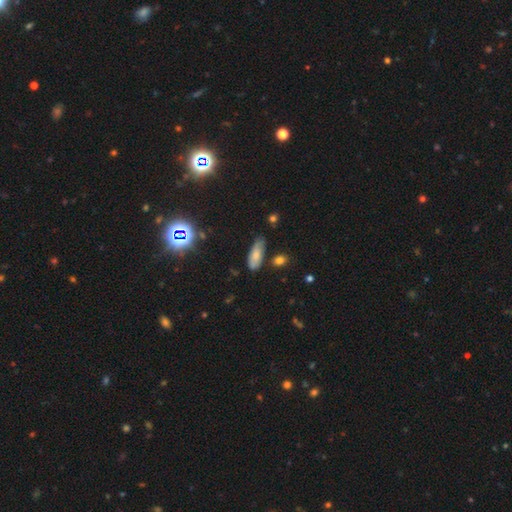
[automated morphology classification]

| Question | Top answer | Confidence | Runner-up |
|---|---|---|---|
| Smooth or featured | smooth | 74% | featured or disk (15%) |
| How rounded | in between | 71% | cigar-shaped (26%) |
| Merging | none | 66% | minor disturbance (25%) |